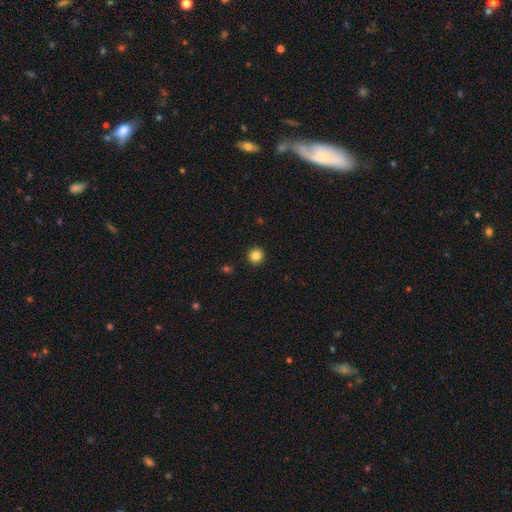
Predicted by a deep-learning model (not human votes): The model was most divided on "smooth or featured": smooth: 84%, star or artifact: 11%, featured or disk: 5%. More confident: how rounded — round (95%); merging — none (94%).